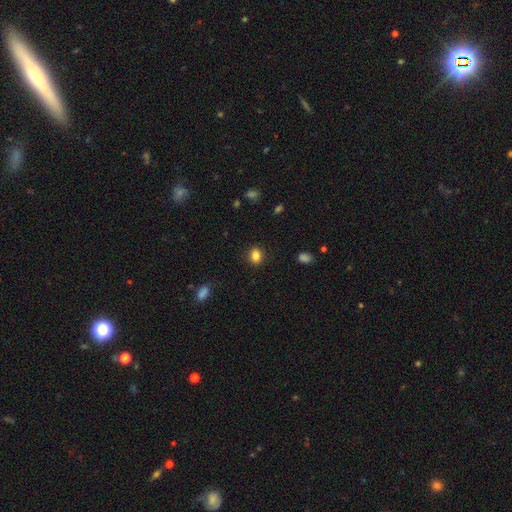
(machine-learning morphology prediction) The model was most divided on "how rounded": round: 64%, in between: 35%, cigar-shaped: 1%. More confident: merging — none (89%); smooth or featured — smooth (85%).